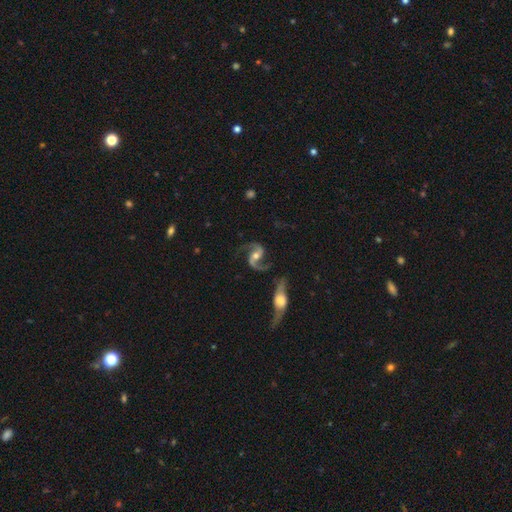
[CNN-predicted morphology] Overall: featured or disk (93%). Edge-on disk: no (97%). Bar: no (44%; weak 37%). Spiral arms: yes (98%). Spiral arm count: 2 (95%). Spiral winding: loose (50%; medium 42%). Bulge size: moderate (65%; small 26%). Merging: none (76%).